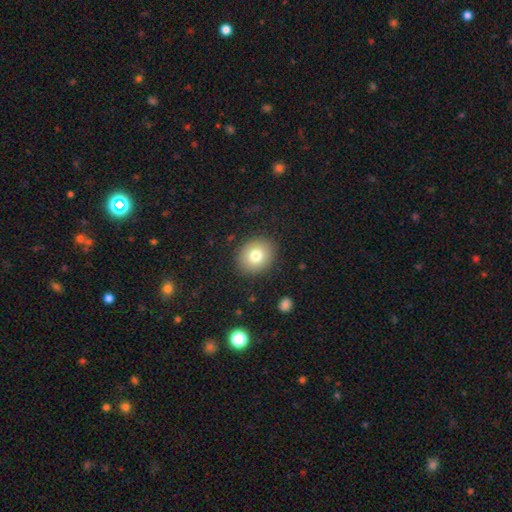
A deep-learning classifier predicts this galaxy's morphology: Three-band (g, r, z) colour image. It shows a smooth galaxy with no disk features (77%) that is round (65%). Merging: none (88%).